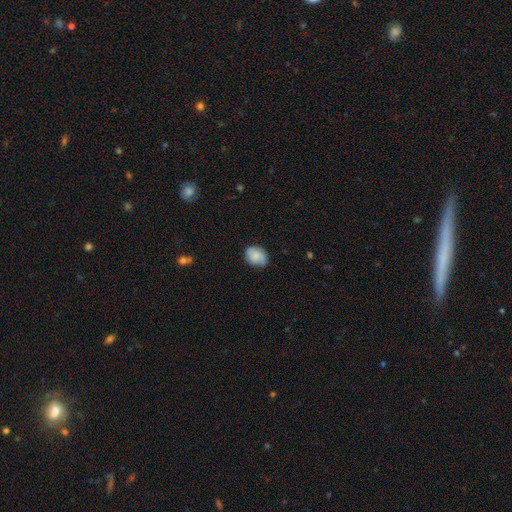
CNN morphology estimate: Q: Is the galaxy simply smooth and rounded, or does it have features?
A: smooth — 66%.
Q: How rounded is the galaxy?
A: round — 51%.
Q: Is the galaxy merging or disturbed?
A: none — 67%.